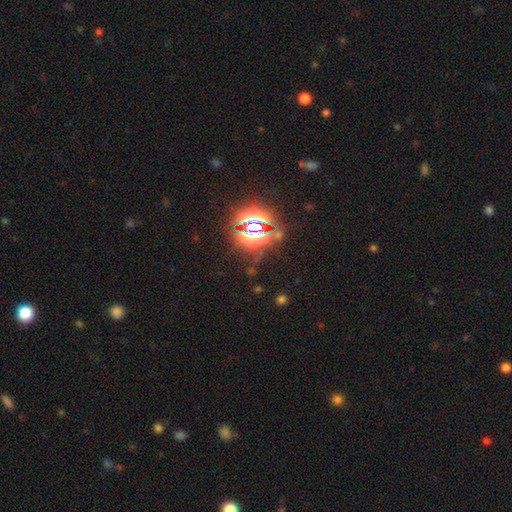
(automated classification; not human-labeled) A star or artifact, not a galaxy (82%).

Vote fractions:
- Smooth or featured? star or artifact: 82% / smooth: 11% / featured or disk: 7%